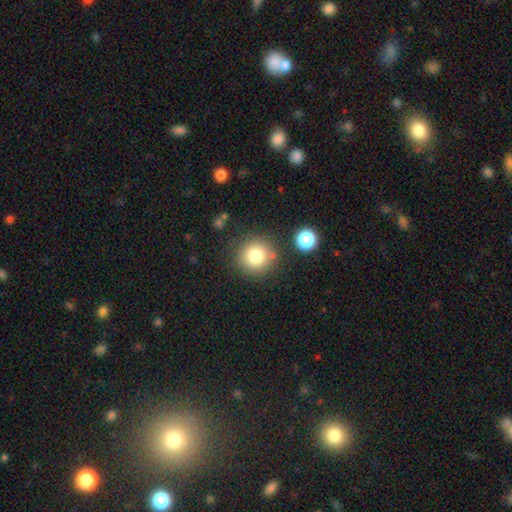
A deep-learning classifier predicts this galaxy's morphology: smooth 80%, star or artifact 12%, featured or disk 9%. Down the decision tree: how rounded — round (94%); merging — none (78%).